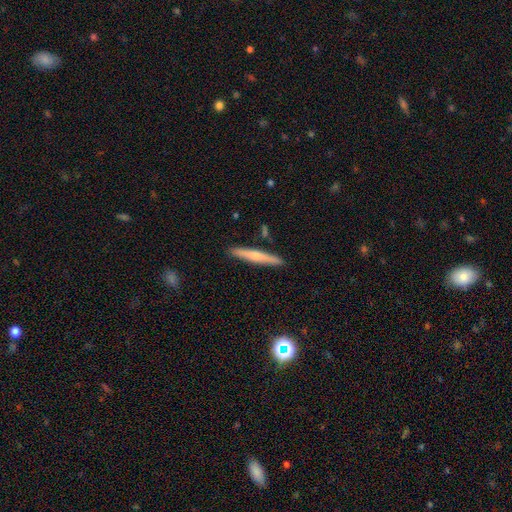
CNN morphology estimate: Smooth or featured? smooth (50%)
How rounded? cigar-shaped (94%)
Merging? none (89%)